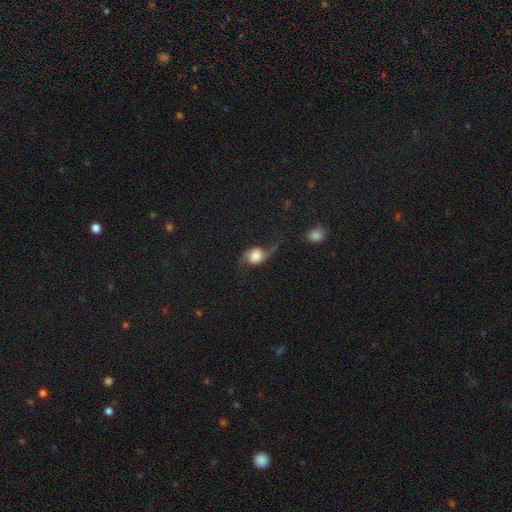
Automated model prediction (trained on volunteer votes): Smooth or featured? featured or disk (71%)
Edge-on disk? no (95%)
Bar? no (67%)
Spiral arms? yes (95%)
Spiral winding? loose (84%)
Spiral arm count? 2 (92%)
Bulge size? large (41%)
Merging? none (60%)